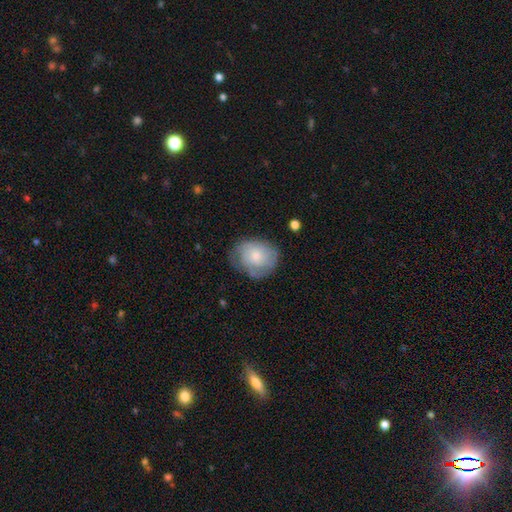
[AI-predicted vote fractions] Q: Smooth or featured?
A: smooth (48%); runner-up: featured or disk (45%)
Q: Merging?
A: none (63%); runner-up: minor disturbance (26%)